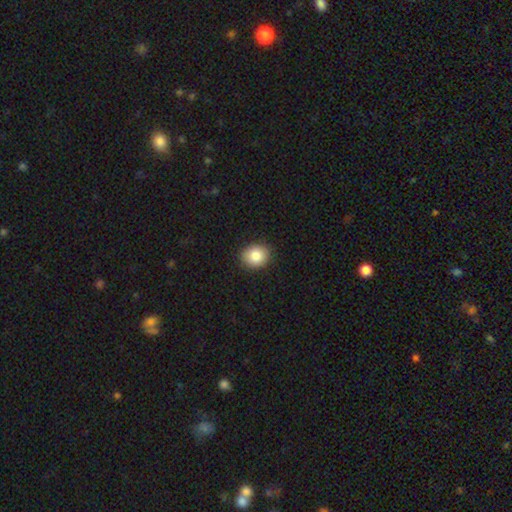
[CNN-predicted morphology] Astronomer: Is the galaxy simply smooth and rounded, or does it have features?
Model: smooth — 85%.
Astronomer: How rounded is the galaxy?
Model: round — 66%.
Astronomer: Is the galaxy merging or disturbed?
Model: none — 89%.